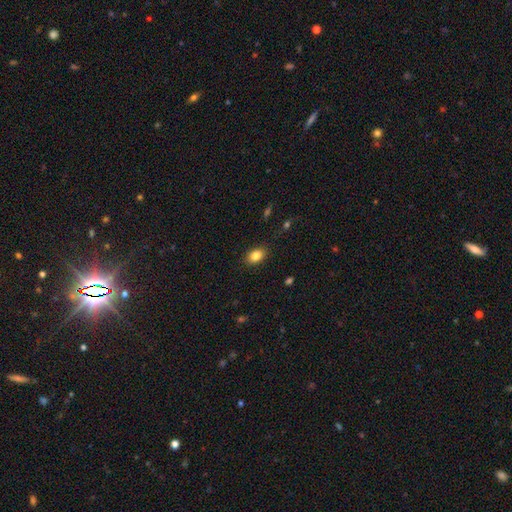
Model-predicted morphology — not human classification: The model was most divided on "how rounded": in between: 82%, round: 17%, cigar-shaped: 1%. More confident: merging — none (86%); smooth or featured — smooth (84%).